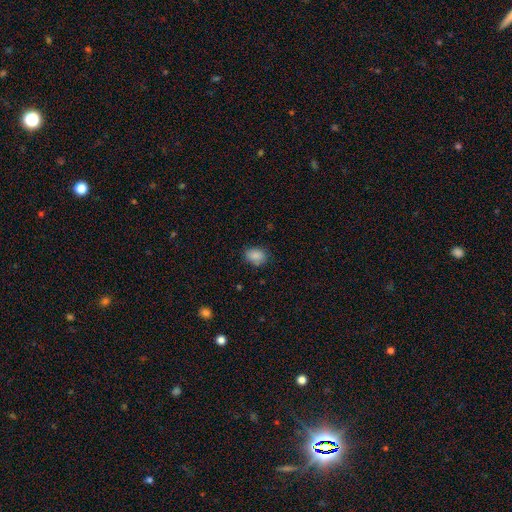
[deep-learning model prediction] Smooth or featured: smooth — 86% (star or artifact — 9%)
How rounded: in between — 71% (round — 28%)
Merging: none — 78% (minor disturbance — 17%)